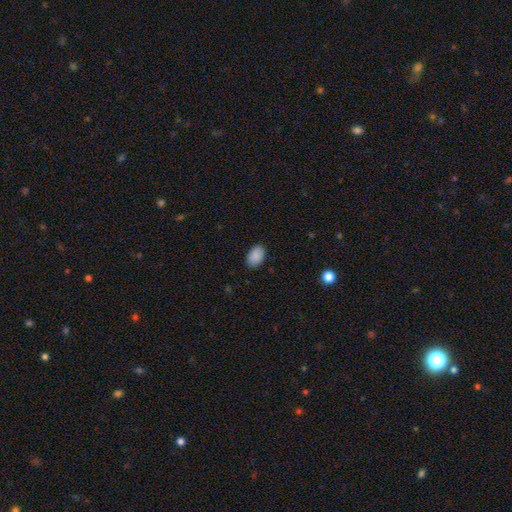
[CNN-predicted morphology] Smooth or featured? smooth (89%)
How rounded? in between (88%)
Merging? none (87%)